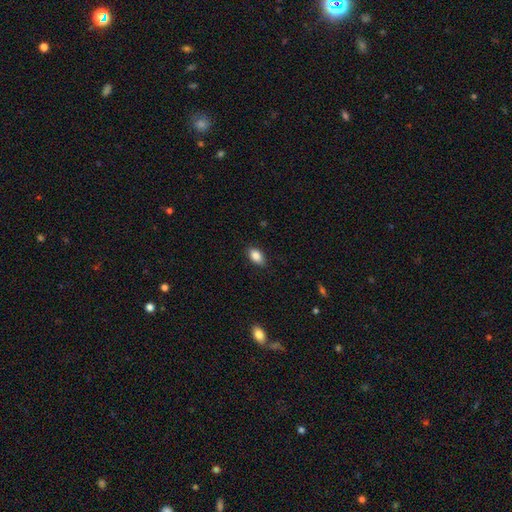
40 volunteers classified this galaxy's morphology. Smooth or featured: smooth — 85% (star or artifact — 12%)
How rounded: in between — 79% (round — 15%)
Merging: none — 86% (minor disturbance — 11%)